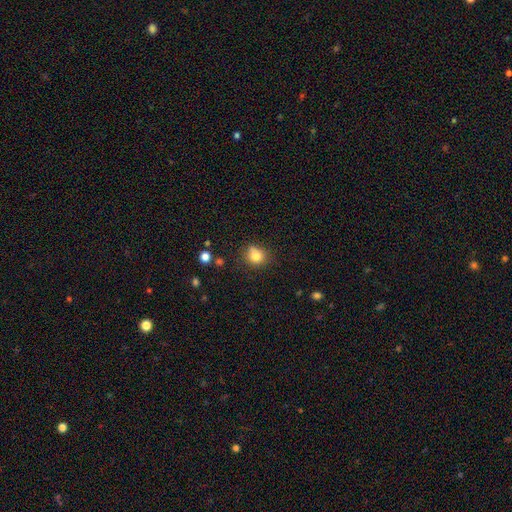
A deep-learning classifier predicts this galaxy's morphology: A smooth galaxy with no disk features (81%) that is round (77%). Merging: none (70%).